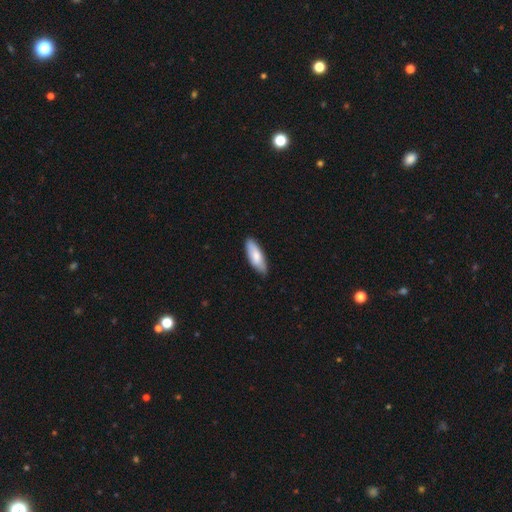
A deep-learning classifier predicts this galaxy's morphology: Smooth or featured?
  - smooth: 78% *
  - featured or disk: 17%
  - star or artifact: 5%
How rounded?
  - in between: 66% *
  - cigar-shaped: 33%
  - round: 2%
Merging?
  - none: 84% *
  - minor disturbance: 13%
  - major disturbance: 2%
  - merger: 1%